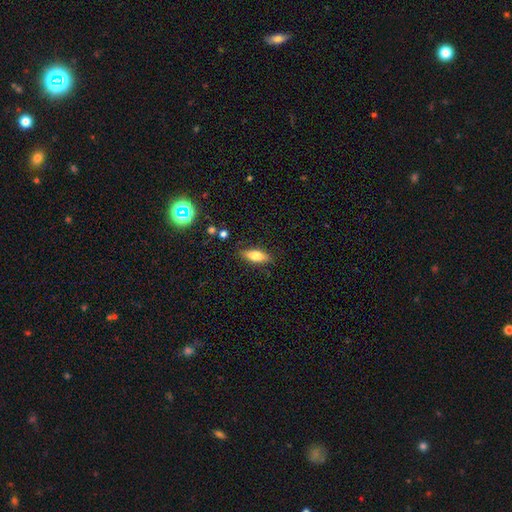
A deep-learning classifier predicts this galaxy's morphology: type=smooth (71%); roundness=in between (70%); merging=none (84%).